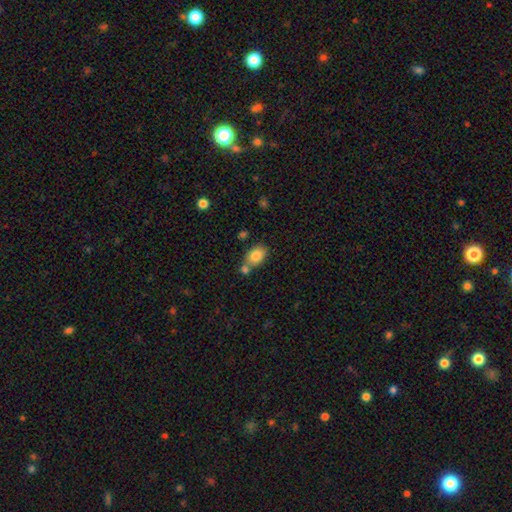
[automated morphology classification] A smooth galaxy with no disk features (82%) that is in between round and cigar-shaped (83%).

Vote fractions:
- Smooth or featured? smooth: 82% / featured or disk: 10% / star or artifact: 8%
- How rounded? in between: 83% / round: 15% / cigar-shaped: 1%
- Merging? none: 53% / merger: 29% / minor disturbance: 14% / major disturbance: 4%